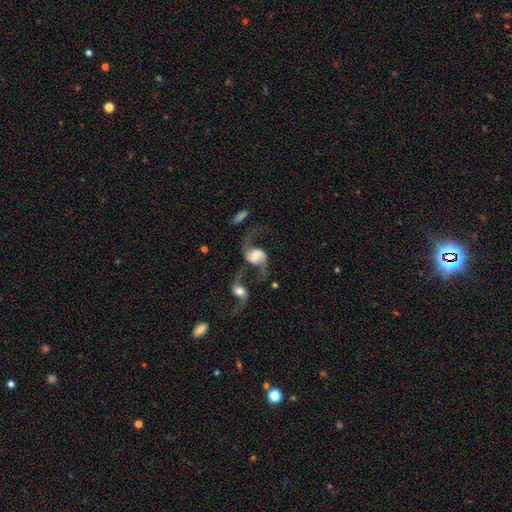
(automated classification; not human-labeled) Overall: featured or disk (85%). Edge-on disk: no (97%). Bar: weak (44%; no 37%). Spiral arms: yes (95%). Spiral arm count: 2 (89%). Spiral winding: loose (67%; medium 28%). Bulge size: moderate (42%; small 30%). Merging: none (37%; merger 35%).